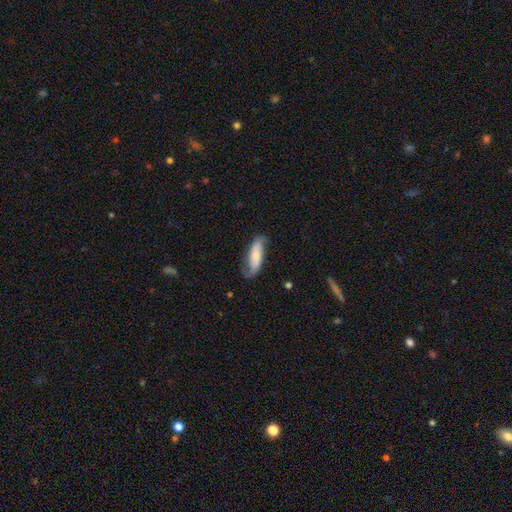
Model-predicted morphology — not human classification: type=featured or disk (51%); edge-on=no (85%); merging=none (65%).